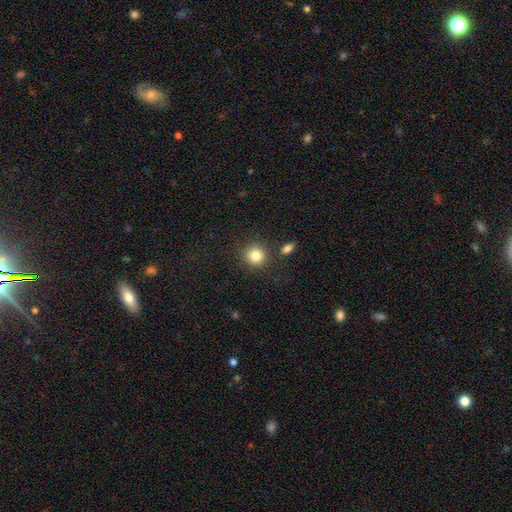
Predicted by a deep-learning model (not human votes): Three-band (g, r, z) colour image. It shows a smooth galaxy with no disk features (83%) that is round (90%). Merging: none (84%).